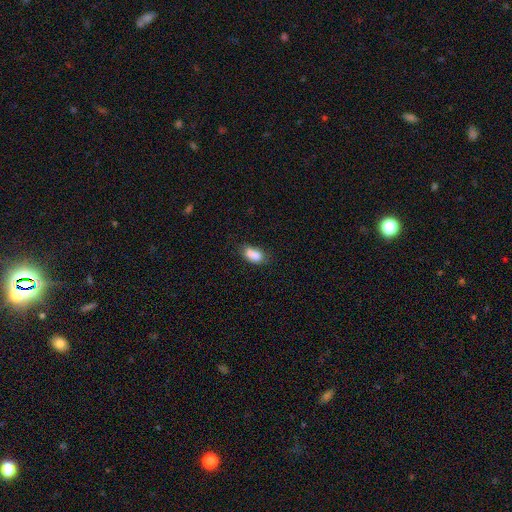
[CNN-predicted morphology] This is likely a smooth galaxy (75%). How rounded: clearly in between (81%). Merging: marginally merger (40%).